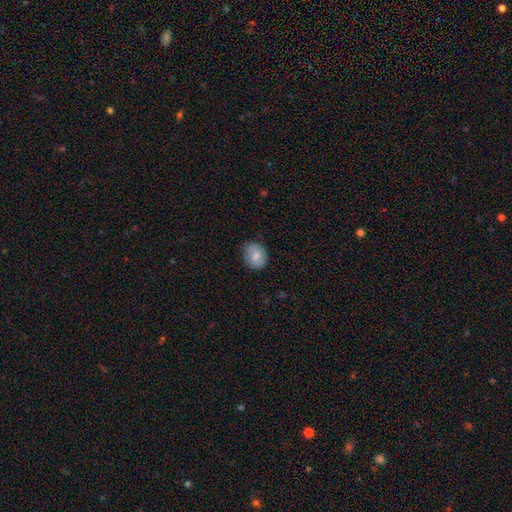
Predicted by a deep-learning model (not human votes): Smooth or featured?
  - smooth: 79% *
  - featured or disk: 13%
  - star or artifact: 7%
How rounded?
  - round: 58% *
  - in between: 41%
  - cigar-shaped: 1%
Merging?
  - none: 75% *
  - minor disturbance: 20%
  - major disturbance: 4%
  - merger: 1%